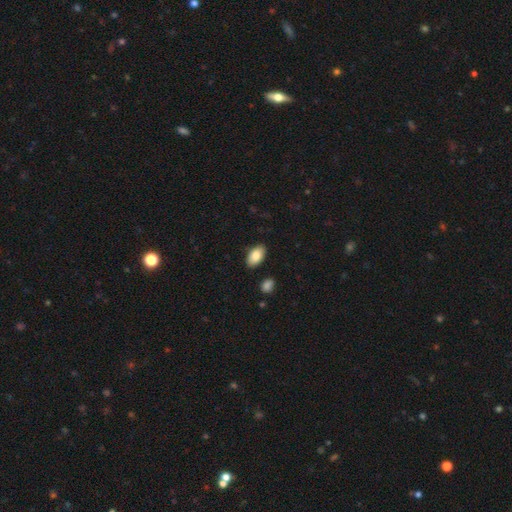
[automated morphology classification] smooth-or-featured: smooth: 86% | featured or disk: 8% | star or artifact: 6%
  how-rounded: in between: 94% | round: 4% | cigar-shaped: 2%
  merging: none: 87% | minor disturbance: 9% | major disturbance: 2% | merger: 2%